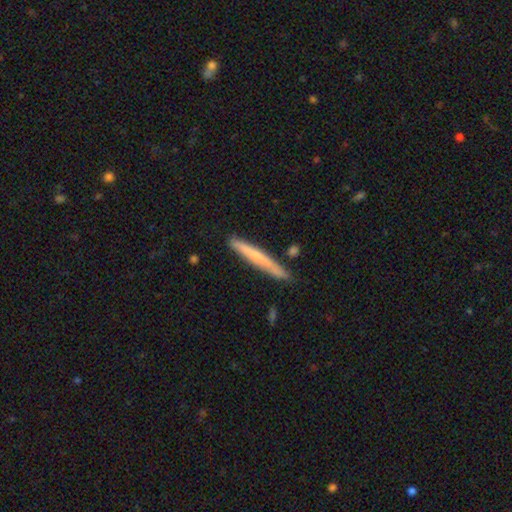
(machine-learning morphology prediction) Q: Smooth or featured?
A: smooth (56%); runner-up: featured or disk (38%)
Q: How rounded?
A: cigar-shaped (96%); runner-up: in between (3%)
Q: Merging?
A: none (83%); runner-up: minor disturbance (12%)